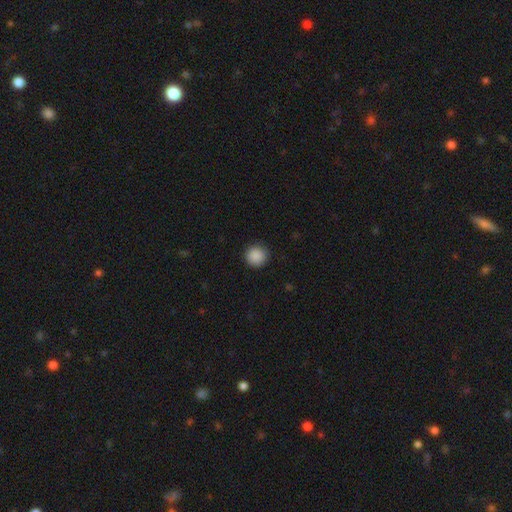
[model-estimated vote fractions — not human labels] Smooth or featured?
  - smooth: 89% *
  - star or artifact: 9%
  - featured or disk: 2%
How rounded?
  - round: 95% *
  - in between: 4%
  - cigar-shaped: 1%
Merging?
  - none: 91% *
  - minor disturbance: 7%
  - major disturbance: 2%
  - merger: 1%